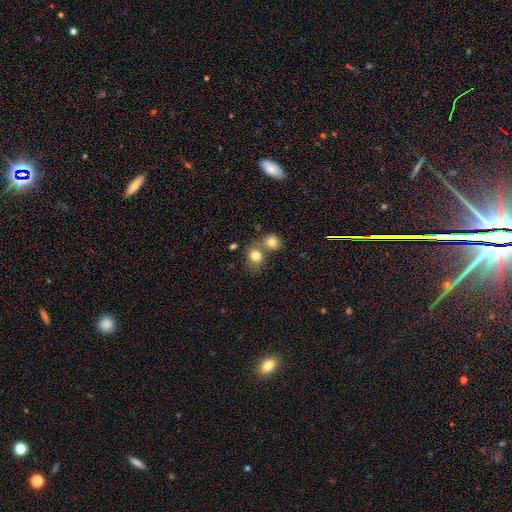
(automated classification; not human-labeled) Smooth or featured?
  - smooth: 80% *
  - star or artifact: 11%
  - featured or disk: 9%
How rounded?
  - round: 67% *
  - in between: 32%
  - cigar-shaped: 1%
Merging?
  - none: 44% *
  - merger: 43%
  - minor disturbance: 9%
  - major disturbance: 4%